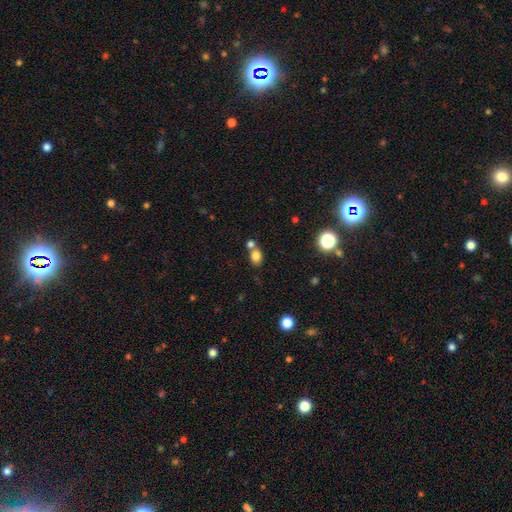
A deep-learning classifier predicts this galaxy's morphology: This is likely a smooth galaxy (80%). How rounded: likely in between (61%). Merging: possibly none (51%).